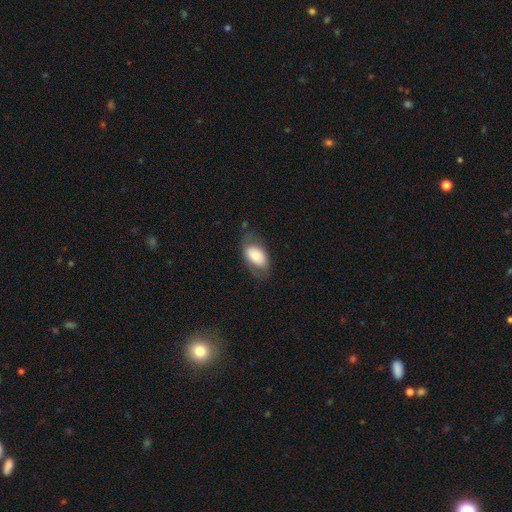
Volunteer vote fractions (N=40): A smooth galaxy with no disk features (70%) that is in between round and cigar-shaped (93%). Merging: none (36%).